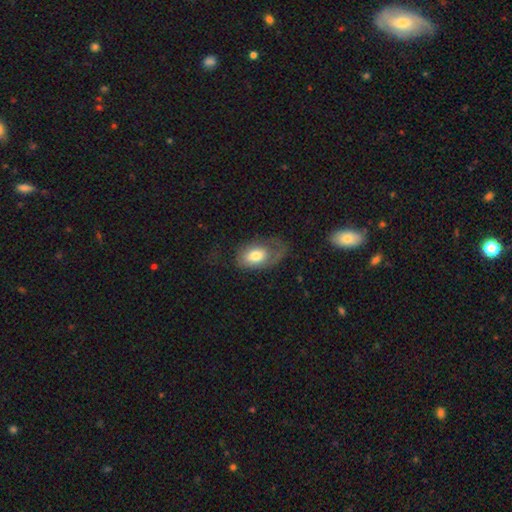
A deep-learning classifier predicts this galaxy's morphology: This appears to be a smooth galaxy with no disk features (64%) that is in between round and cigar-shaped (89%). Merging: none (38%).